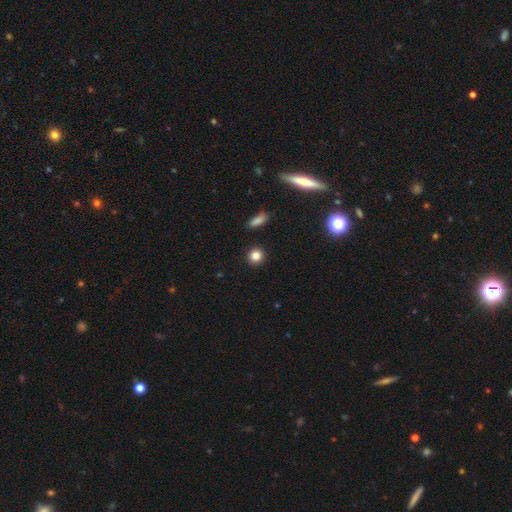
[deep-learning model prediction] smooth 84%, star or artifact 11%, featured or disk 5%. Down the decision tree: how rounded — round (89%); merging — none (91%).